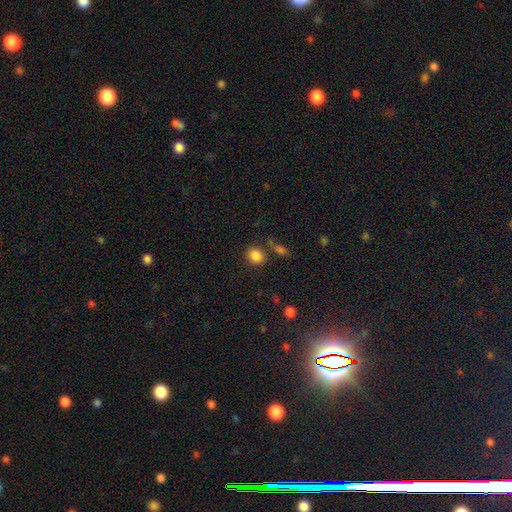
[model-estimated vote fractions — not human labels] smooth 85%, star or artifact 10%, featured or disk 4%. Down the decision tree: how rounded — round (75%); merging — none (77%).